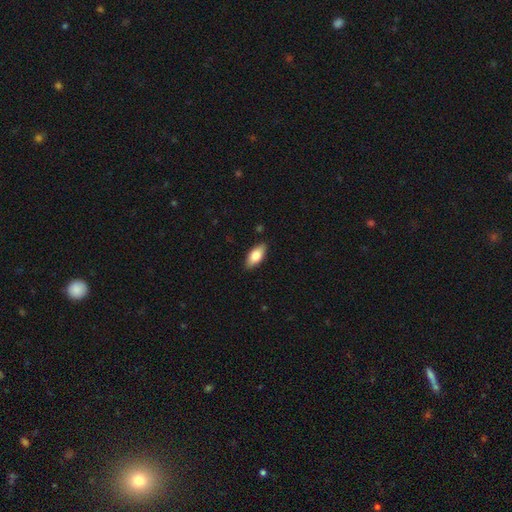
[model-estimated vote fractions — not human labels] Smooth or featured?
  - smooth: 75% *
  - featured or disk: 18%
  - star or artifact: 6%
How rounded?
  - in between: 85% *
  - cigar-shaped: 12%
  - round: 3%
Merging?
  - none: 87% *
  - minor disturbance: 10%
  - major disturbance: 2%
  - merger: 1%